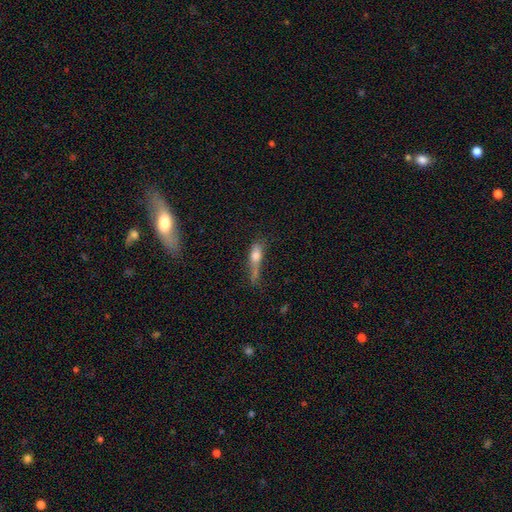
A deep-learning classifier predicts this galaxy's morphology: This appears to be a smooth galaxy with no disk features (65%) that is cigar-shaped (54%). Merging: none (34%).